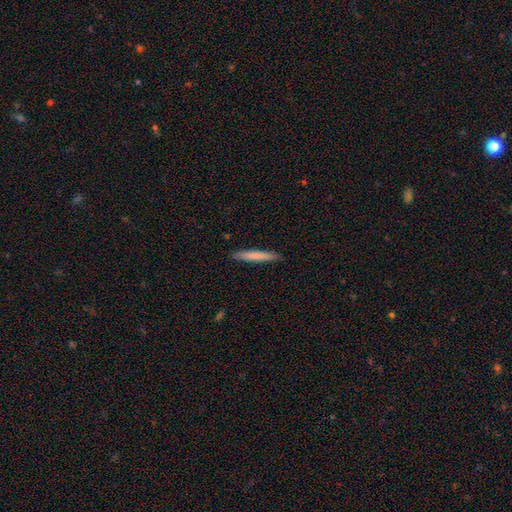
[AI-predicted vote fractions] smooth-or-featured: smooth: 76% | featured or disk: 19% | star or artifact: 5%
  how-rounded: cigar-shaped: 95% | in between: 4% | round: 1%
  merging: none: 91% | minor disturbance: 7% | major disturbance: 1% | merger: 1%